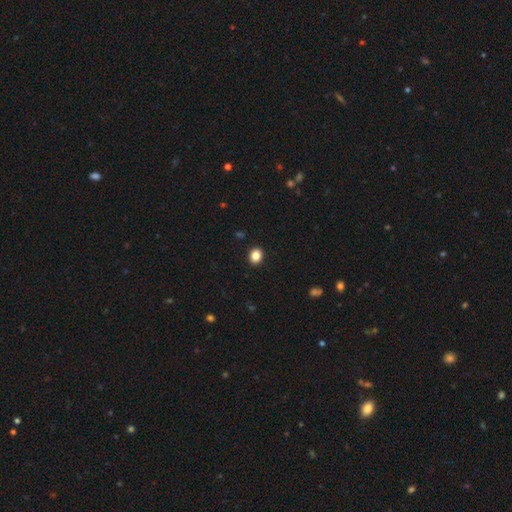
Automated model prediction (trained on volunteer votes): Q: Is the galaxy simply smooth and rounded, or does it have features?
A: smooth — 86%.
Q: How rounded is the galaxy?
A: round — 55%.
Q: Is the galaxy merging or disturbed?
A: none — 92%.